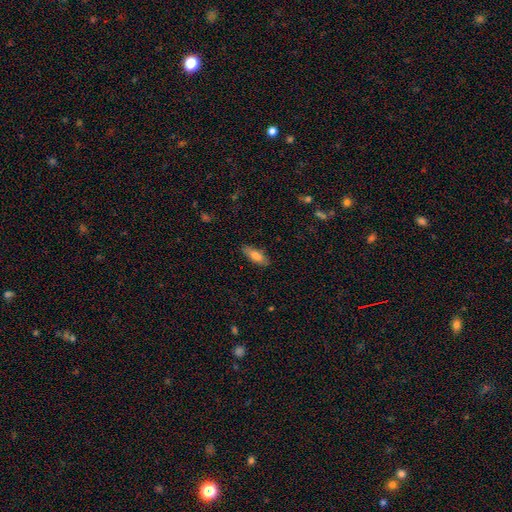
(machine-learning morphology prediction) The model was most divided on "how rounded": in between: 65%, cigar-shaped: 33%, round: 2%. More confident: merging — none (85%); smooth or featured — smooth (77%).